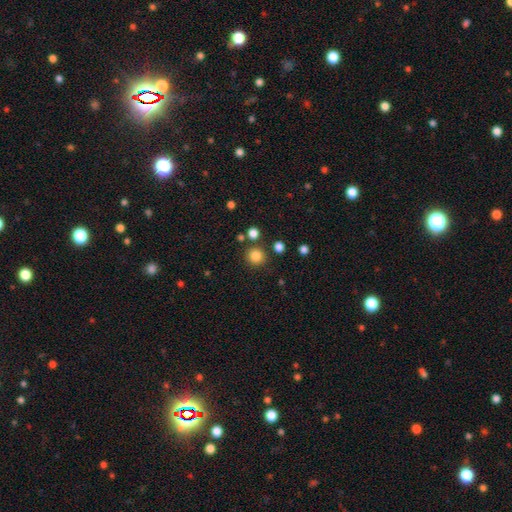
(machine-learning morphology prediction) Smooth or featured?
  - smooth: 83% *
  - star or artifact: 12%
  - featured or disk: 4%
How rounded?
  - round: 93% *
  - in between: 6%
  - cigar-shaped: 1%
Merging?
  - none: 85% *
  - minor disturbance: 7%
  - merger: 5%
  - major disturbance: 3%